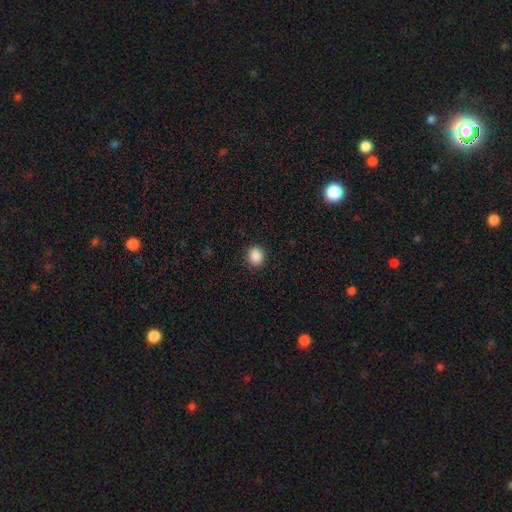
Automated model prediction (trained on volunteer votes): Q: Smooth or featured?
A: smooth (89%); runner-up: star or artifact (9%)
Q: How rounded?
A: round (69%); runner-up: in between (30%)
Q: Merging?
A: none (89%); runner-up: minor disturbance (8%)